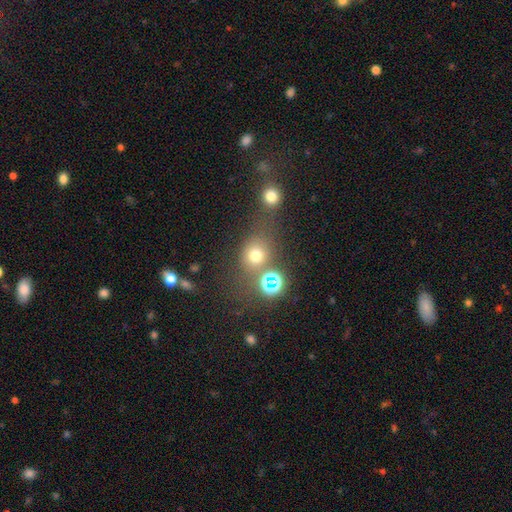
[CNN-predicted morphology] The model was most divided on "merging": none: 60%, merger: 20%, minor disturbance: 12%, major disturbance: 8%. More confident: how rounded — round (76%); smooth or featured — smooth (69%).